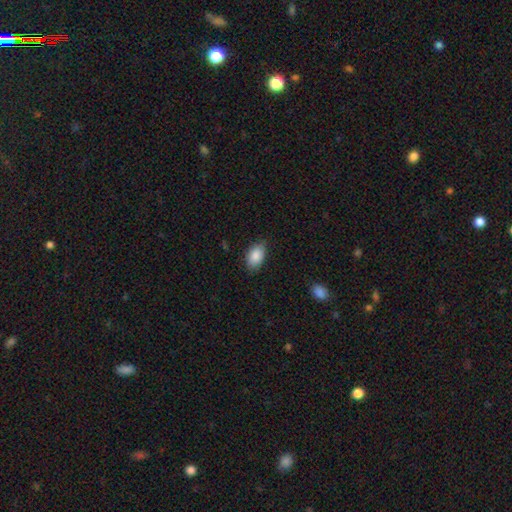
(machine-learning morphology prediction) This is clearly a smooth galaxy (88%). How rounded: clearly in between (92%). Merging: clearly none (80%).